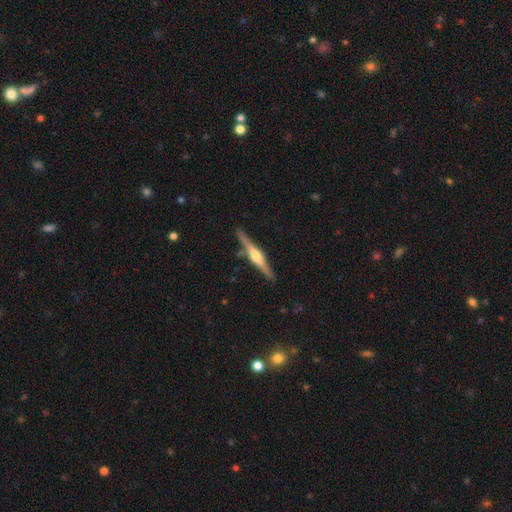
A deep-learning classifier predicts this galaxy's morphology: Smooth or featured?
  - featured or disk: 76% *
  - smooth: 19%
  - star or artifact: 5%
Edge-on disk?
  - yes: 98% *
  - no: 2%
Edge-on bulge?
  - rounded: 90% *
  - boxy: 7%
  - none: 3%
Merging?
  - none: 87% *
  - minor disturbance: 9%
  - merger: 3%
  - major disturbance: 2%